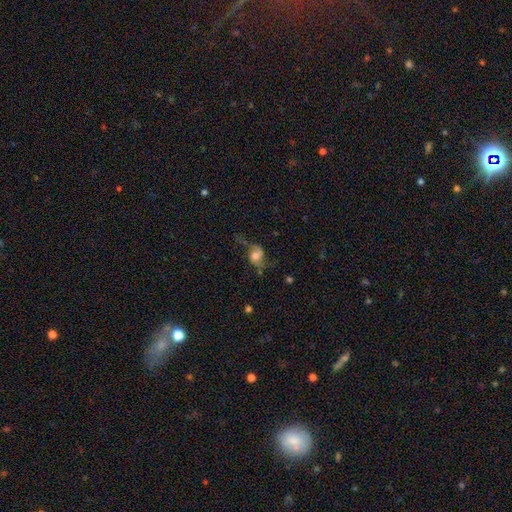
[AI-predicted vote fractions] smooth-or-featured: featured or disk: 52% | smooth: 37% | star or artifact: 11%
  disk-edge-on: no: 94% | yes: 6%
  merging: none: 50% | minor disturbance: 24% | major disturbance: 23% | merger: 3%